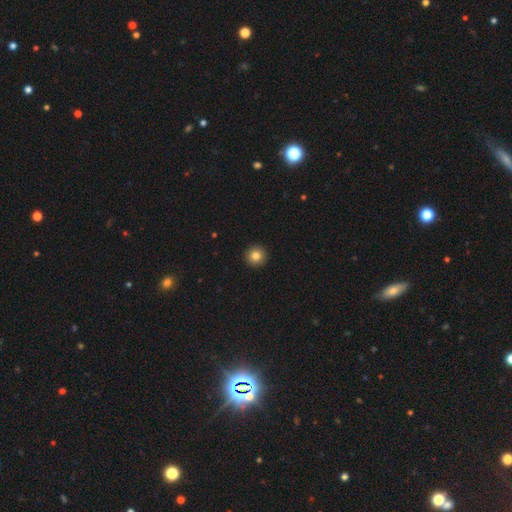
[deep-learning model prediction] Smooth or featured?
  - smooth: 83% *
  - star or artifact: 11%
  - featured or disk: 7%
How rounded?
  - round: 95% *
  - in between: 4%
  - cigar-shaped: 1%
Merging?
  - none: 94% *
  - minor disturbance: 4%
  - major disturbance: 1%
  - merger: 1%